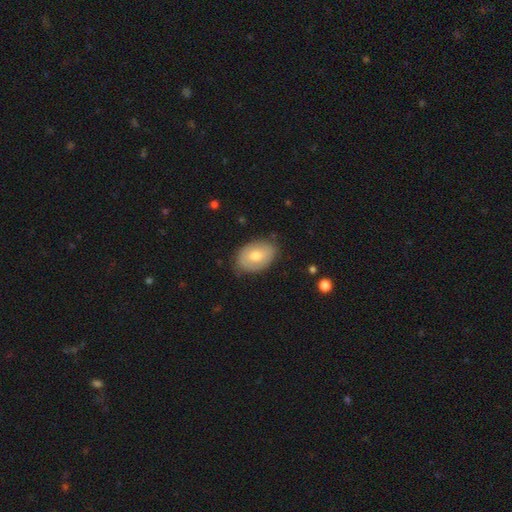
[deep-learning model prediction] Smooth or featured? Predicted: smooth (p=0.65). How rounded? Predicted: in between (p=0.87). Merging? Predicted: none (p=0.77).